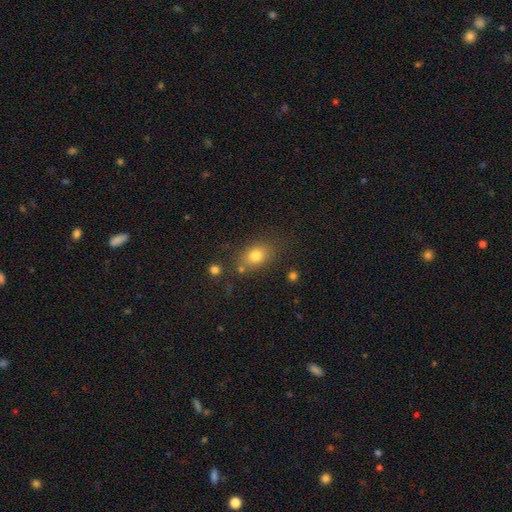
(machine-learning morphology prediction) This is likely a smooth galaxy (78%). How rounded: likely in between (66%). Merging: likely none (71%).